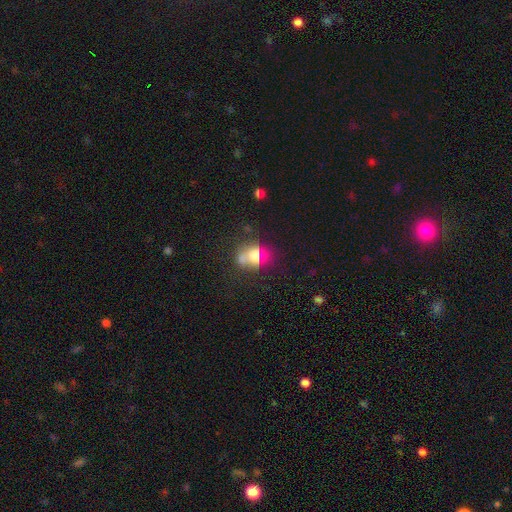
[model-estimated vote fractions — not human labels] This appears to be a smooth galaxy with no disk features (56%) that is in between round and cigar-shaped (51%). Merging: none (41%).